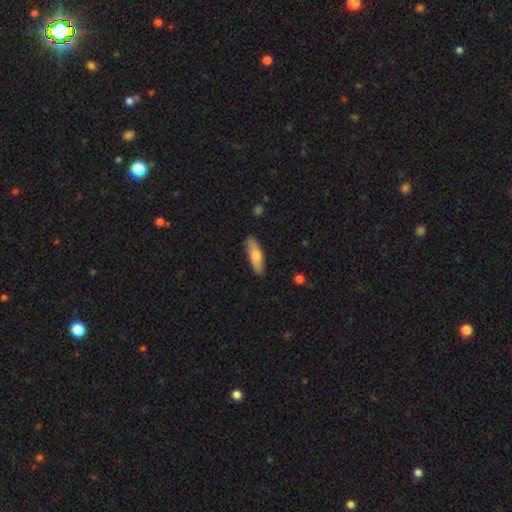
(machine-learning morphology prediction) Overall: smooth (71%). How rounded: in between (56%; cigar-shaped 42%). Merging: none (80%).